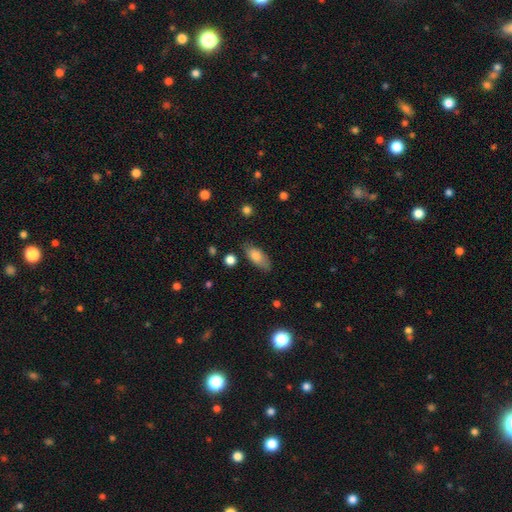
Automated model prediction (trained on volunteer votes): Morphology: type=smooth (78%); roundness=in between (87%); merging=none (71%).